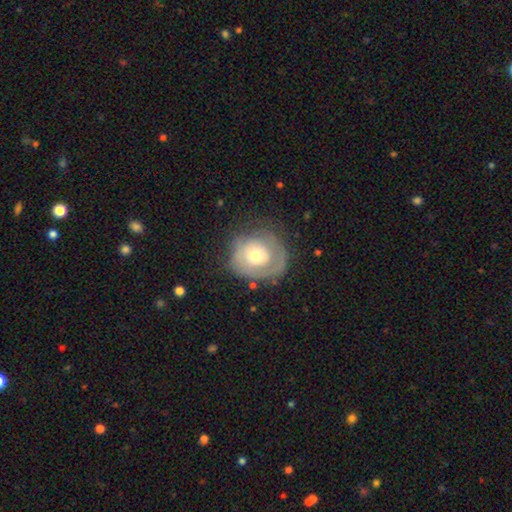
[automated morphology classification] A featured or disk galaxy (56%) with no bar (85%), spiral arms (56%) and a moderate central bulge (62%). Merging: none (62%).